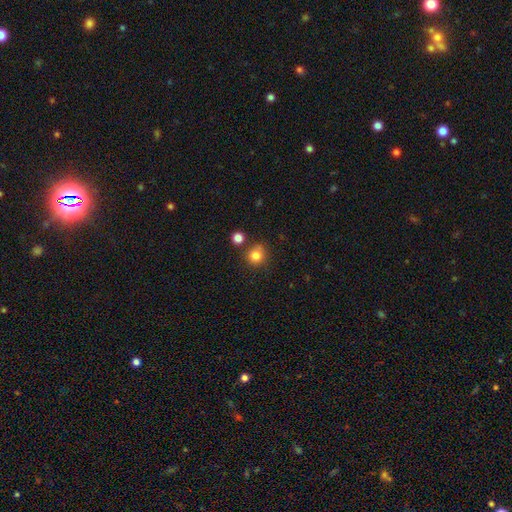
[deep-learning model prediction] smooth-or-featured: smooth: 82% | star or artifact: 12% | featured or disk: 6%
  how-rounded: round: 90% | in between: 9% | cigar-shaped: 1%
  merging: none: 75% | minor disturbance: 12% | merger: 10% | major disturbance: 3%